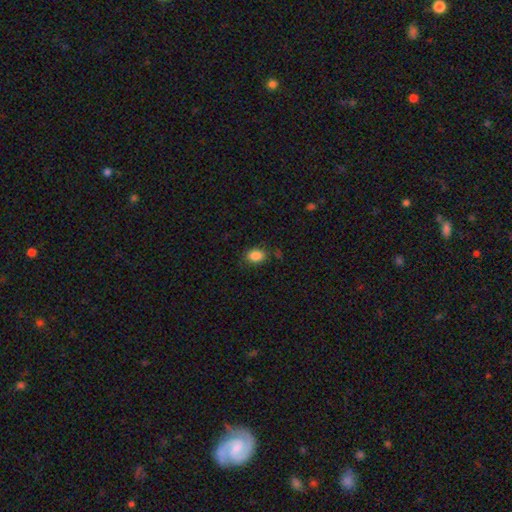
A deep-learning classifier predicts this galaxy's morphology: This is clearly a smooth galaxy (87%). How rounded: likely in between (76%). Merging: clearly none (83%).